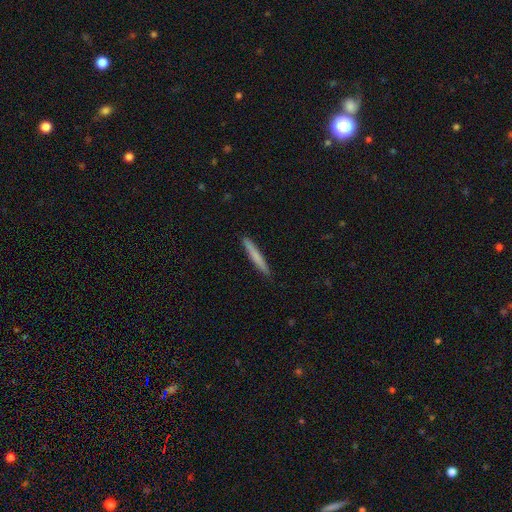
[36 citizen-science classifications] Overall: smooth (81%). How rounded: cigar-shaped (97%). Merging: none (97%).